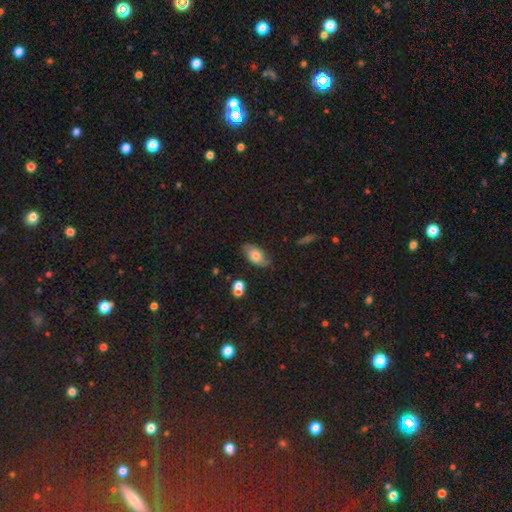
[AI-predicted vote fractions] The model was most divided on "smooth or featured": smooth: 59%, featured or disk: 32%, star or artifact: 9%. More confident: how rounded — in between (89%); merging — none (71%).